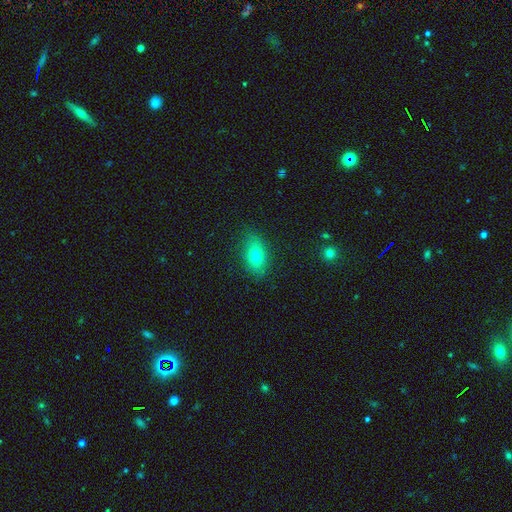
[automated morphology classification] Smooth or featured?
  - smooth: 72% *
  - featured or disk: 17%
  - star or artifact: 11%
How rounded?
  - in between: 84% *
  - round: 11%
  - cigar-shaped: 5%
Merging?
  - none: 83% *
  - minor disturbance: 12%
  - major disturbance: 3%
  - merger: 1%